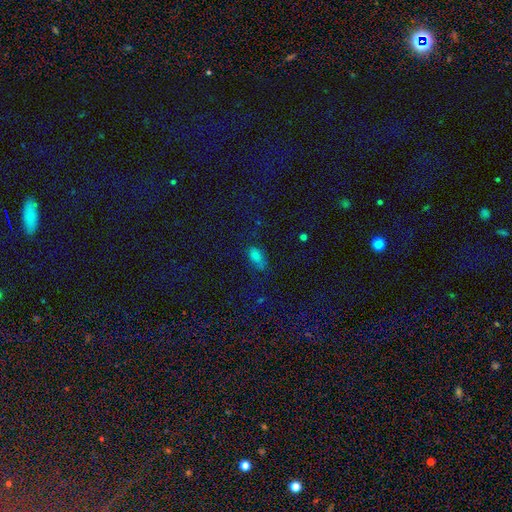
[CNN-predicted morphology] smooth_or_featured: smooth (p=0.70) [alt: star or artifact p=0.20]
how_rounded: in between (p=0.84) [alt: cigar-shaped p=0.08]
merging: none (p=0.58) [alt: minor disturbance p=0.26]